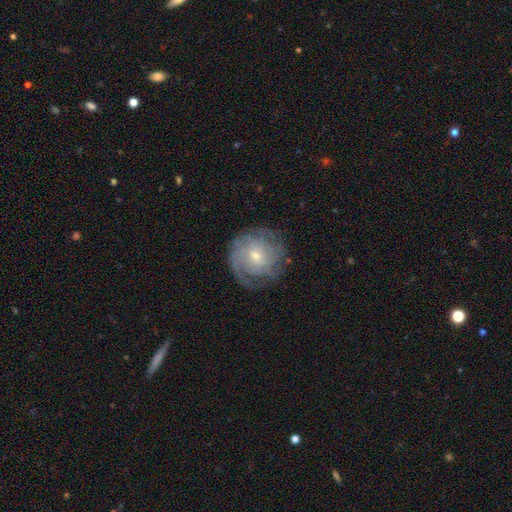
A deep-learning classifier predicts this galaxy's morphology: Q: Smooth or featured?
A: featured or disk (75%); runner-up: smooth (17%)
Q: Edge-on disk?
A: no (97%); runner-up: yes (3%)
Q: Bar?
A: no (69%); runner-up: weak (27%)
Q: Spiral arms?
A: yes (90%); runner-up: no (10%)
Q: Spiral winding?
A: tight (67%); runner-up: medium (24%)
Q: Spiral arm count?
A: can't tell (50%); runner-up: 3 (13%)
Q: Bulge size?
A: small (56%); runner-up: moderate (40%)
Q: Merging?
A: none (74%); runner-up: minor disturbance (16%)